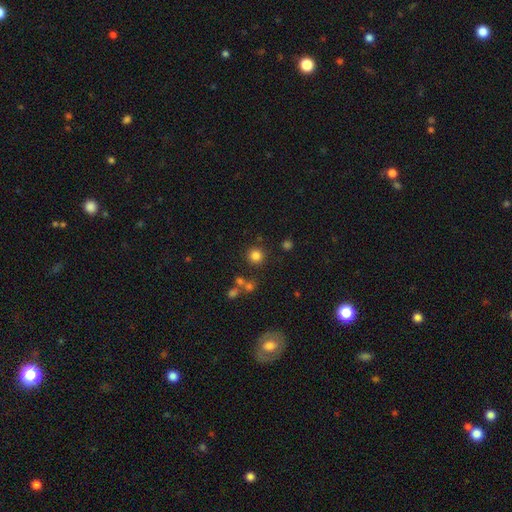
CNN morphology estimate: Q: Smooth or featured?
A: smooth (80%); runner-up: star or artifact (14%)
Q: How rounded?
A: round (93%); runner-up: in between (6%)
Q: Merging?
A: none (83%); runner-up: minor disturbance (7%)